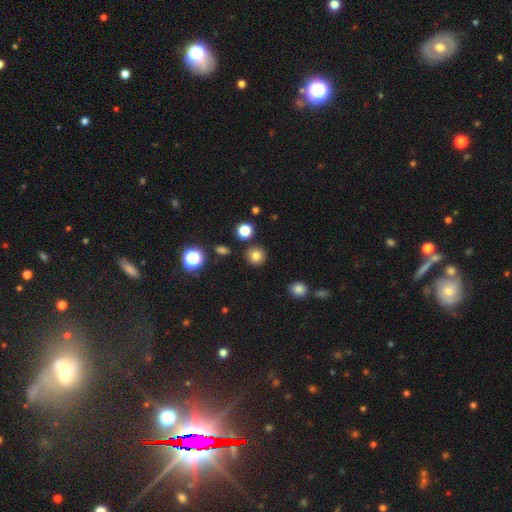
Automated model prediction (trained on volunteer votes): Smooth or featured? smooth (80%)
How rounded? round (92%)
Merging? none (87%)